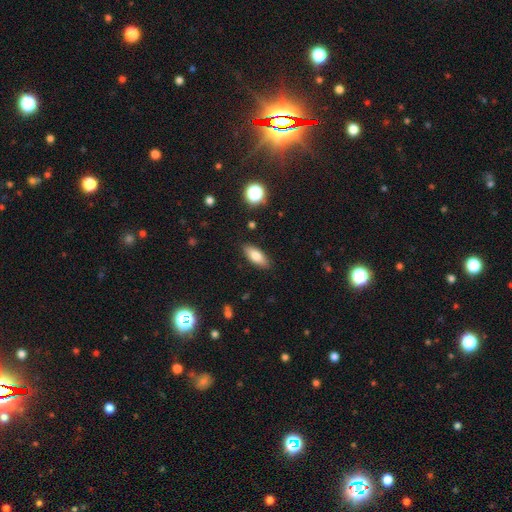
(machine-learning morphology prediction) This appears to be a smooth galaxy with no disk features (77%) that is in between round and cigar-shaped (76%). Merging: none (87%).